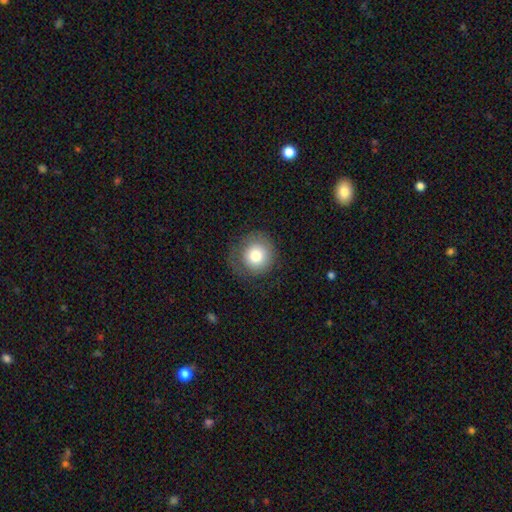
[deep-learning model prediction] smooth 76%, featured or disk 15%, star or artifact 9%. Down the decision tree: how rounded — round (93%); merging — none (71%).